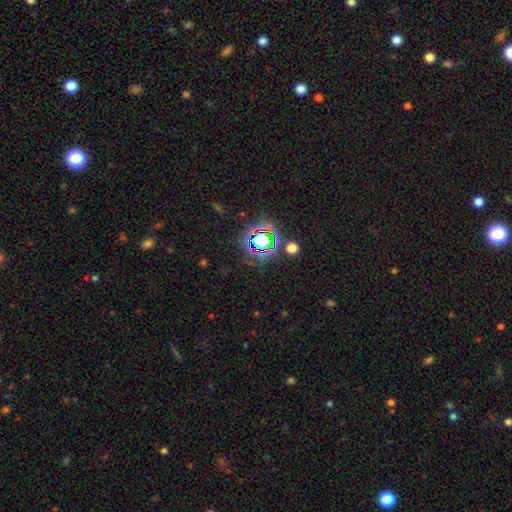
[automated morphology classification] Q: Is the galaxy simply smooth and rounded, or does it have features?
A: star or artifact — 78%.